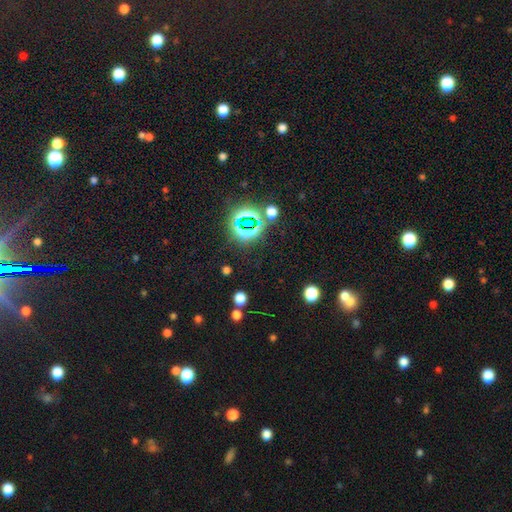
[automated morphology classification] Q: Smooth or featured?
A: star or artifact (79%); runner-up: smooth (13%)